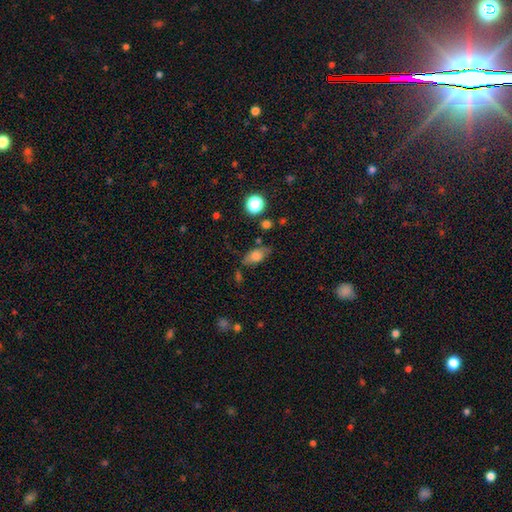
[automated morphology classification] Smooth or featured? smooth (72%)
How rounded? in between (83%)
Merging? none (68%)